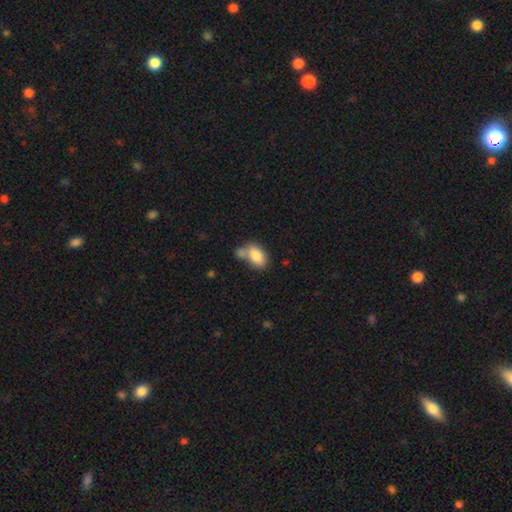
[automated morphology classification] type=smooth (82%); roundness=in between (89%); merging=none (39%).